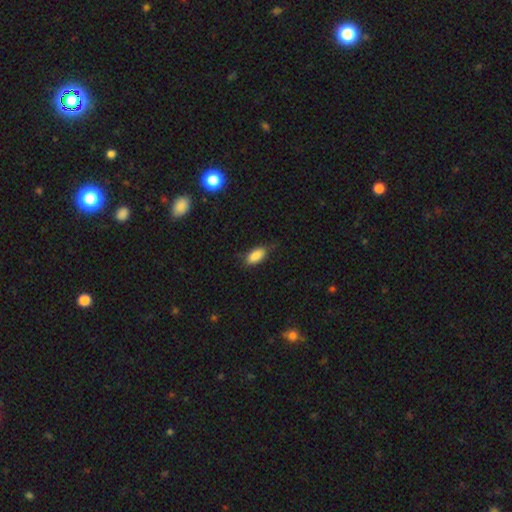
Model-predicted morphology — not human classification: Smooth or featured? smooth (87%)
How rounded? in between (89%)
Merging? none (75%)